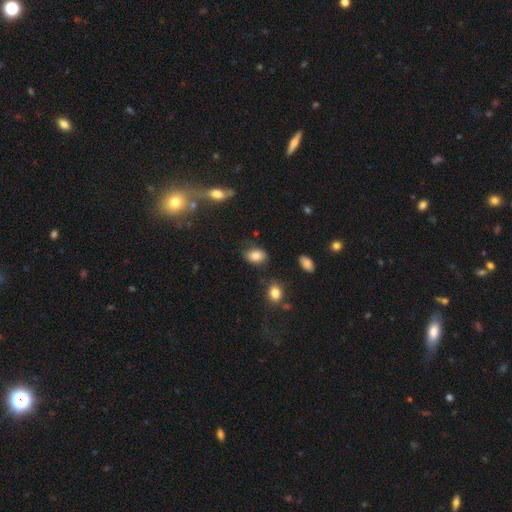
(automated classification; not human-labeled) Smooth or featured: smooth — 81% (star or artifact — 9%)
How rounded: in between — 83% (round — 16%)
Merging: none — 76% (minor disturbance — 16%)